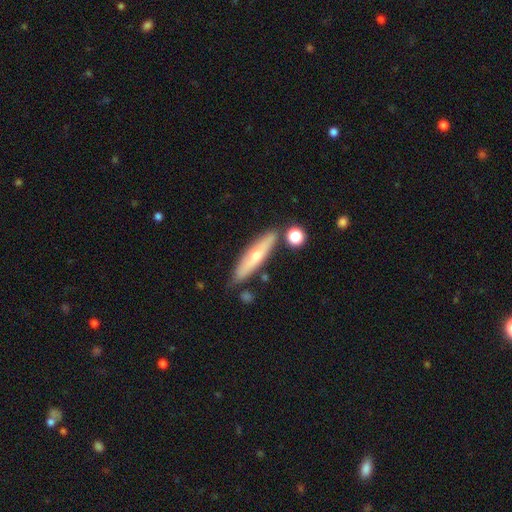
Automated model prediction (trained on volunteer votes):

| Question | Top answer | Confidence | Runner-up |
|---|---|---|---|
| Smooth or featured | smooth | 49% | featured or disk (44%) |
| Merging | none | 78% | minor disturbance (13%) |